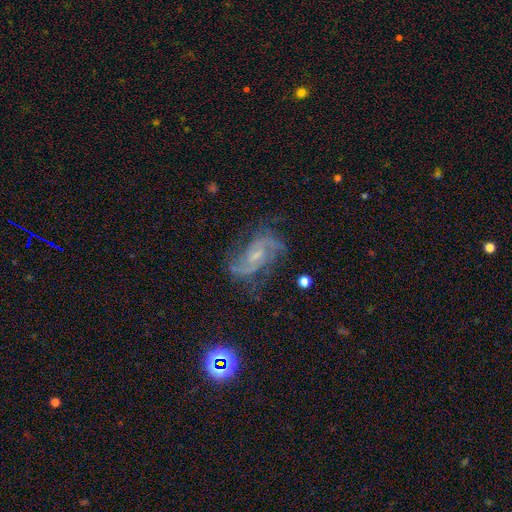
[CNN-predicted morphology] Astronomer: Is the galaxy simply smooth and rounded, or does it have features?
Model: featured or disk — 85%.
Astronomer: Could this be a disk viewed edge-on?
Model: no — 97%.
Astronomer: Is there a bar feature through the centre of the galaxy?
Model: weak — 46% (runner-up: no, 43%).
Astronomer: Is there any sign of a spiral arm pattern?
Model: yes — 97%.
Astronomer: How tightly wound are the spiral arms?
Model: medium — 52%.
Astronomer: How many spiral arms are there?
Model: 2 — 69%.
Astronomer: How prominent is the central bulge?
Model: small — 65%.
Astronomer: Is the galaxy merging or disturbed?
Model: none — 69%.